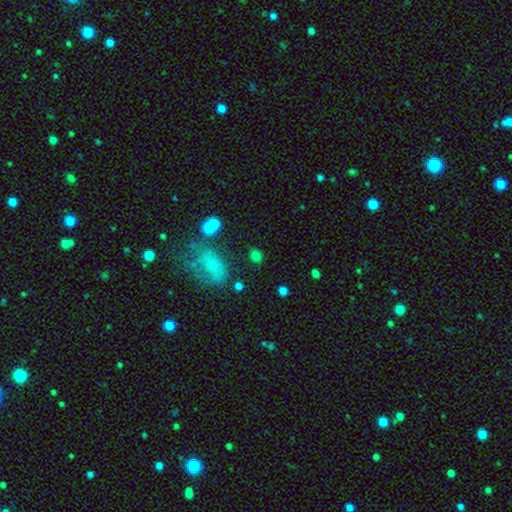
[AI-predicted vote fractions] Smooth or featured?
  - smooth: 74% *
  - star or artifact: 18%
  - featured or disk: 8%
How rounded?
  - round: 51% *
  - in between: 46%
  - cigar-shaped: 3%
Merging?
  - none: 74% *
  - minor disturbance: 13%
  - major disturbance: 7%
  - merger: 6%